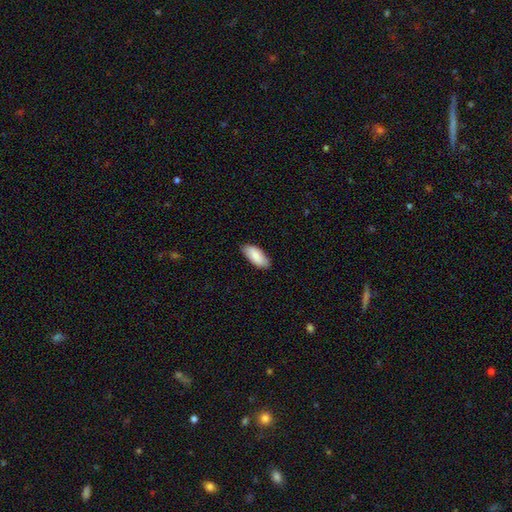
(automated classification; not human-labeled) The model was most divided on "merging": none: 84%, minor disturbance: 13%, major disturbance: 2%, merger: 1%. More confident: how rounded — in between (88%); smooth or featured — smooth (84%).